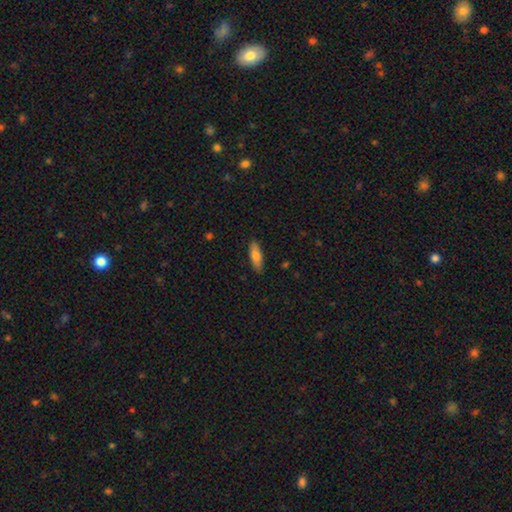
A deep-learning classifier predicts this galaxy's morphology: Smooth or featured? Predicted: smooth (p=0.76). How rounded? Predicted: in between (p=0.53). Merging? Predicted: none (p=0.86).